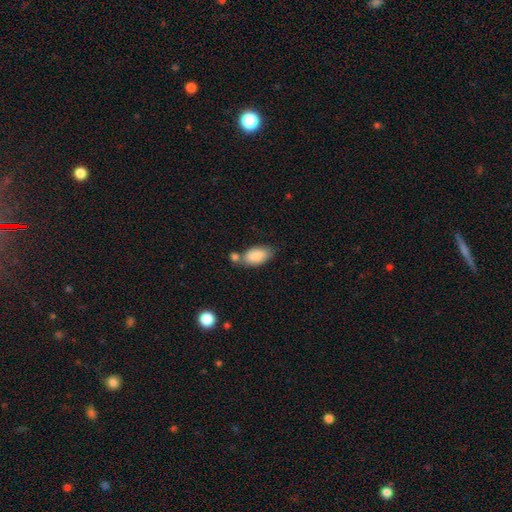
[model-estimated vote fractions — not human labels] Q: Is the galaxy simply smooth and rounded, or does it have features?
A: smooth — 86%.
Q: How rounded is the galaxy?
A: in between — 93%.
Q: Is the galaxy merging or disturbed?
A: none — 51%.